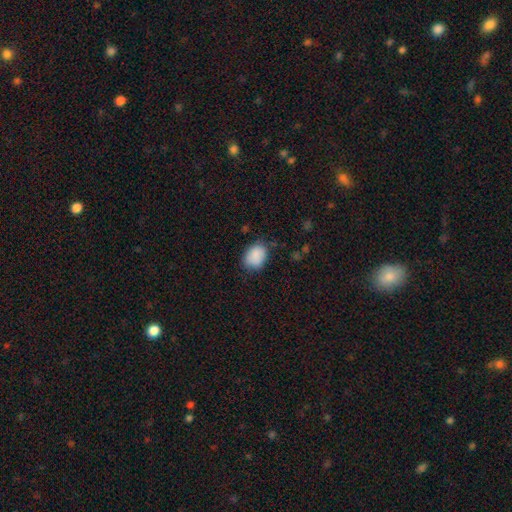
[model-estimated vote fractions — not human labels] Smooth or featured? smooth (88%)
How rounded? in between (67%)
Merging? none (71%)